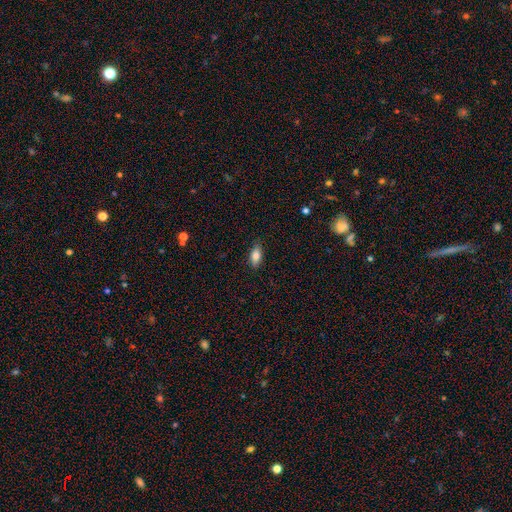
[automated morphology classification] smooth-or-featured: smooth: 83% | featured or disk: 10% | star or artifact: 7%
  how-rounded: in between: 83% | cigar-shaped: 14% | round: 3%
  merging: none: 85% | minor disturbance: 12% | major disturbance: 2% | merger: 1%